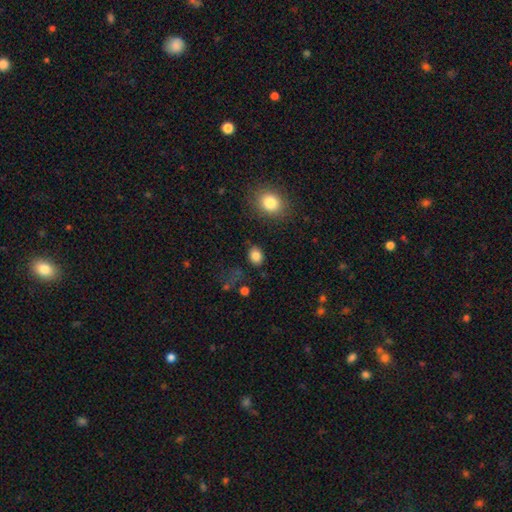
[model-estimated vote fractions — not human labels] smooth-or-featured: smooth: 84% | star or artifact: 11% | featured or disk: 5%
  how-rounded: in between: 53% | round: 46% | cigar-shaped: 1%
  merging: none: 82% | minor disturbance: 11% | major disturbance: 4% | merger: 3%